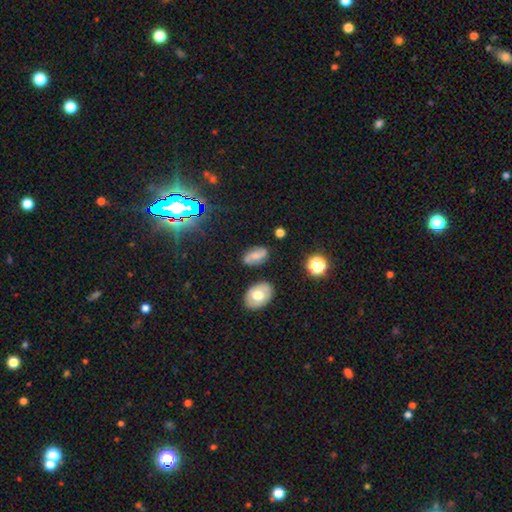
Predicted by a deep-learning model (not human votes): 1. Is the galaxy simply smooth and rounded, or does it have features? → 44% featured or disk, 43% smooth, 13% star or artifact.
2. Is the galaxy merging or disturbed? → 74% none, 17% minor disturbance, 5% major disturbance, 4% merger.